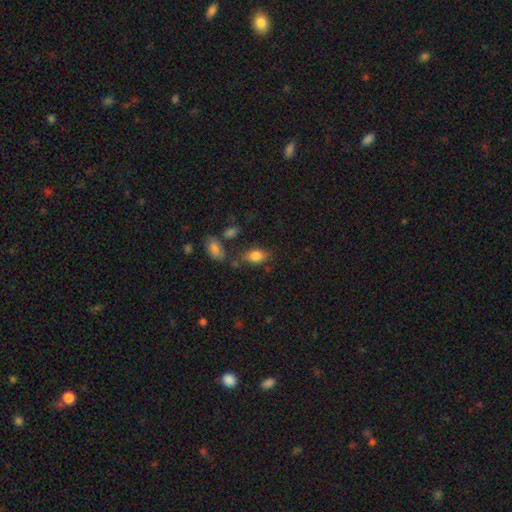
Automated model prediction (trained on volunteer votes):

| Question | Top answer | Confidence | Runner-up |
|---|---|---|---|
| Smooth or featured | smooth | 81% | featured or disk (11%) |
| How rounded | in between | 87% | round (9%) |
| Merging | none | 67% | minor disturbance (18%) |